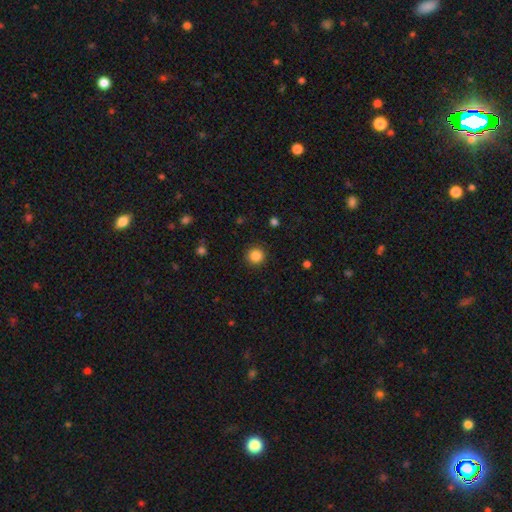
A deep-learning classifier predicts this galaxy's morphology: Smooth or featured: smooth — 85% (star or artifact — 11%)
How rounded: round — 95% (in between — 4%)
Merging: none — 91% (minor disturbance — 6%)